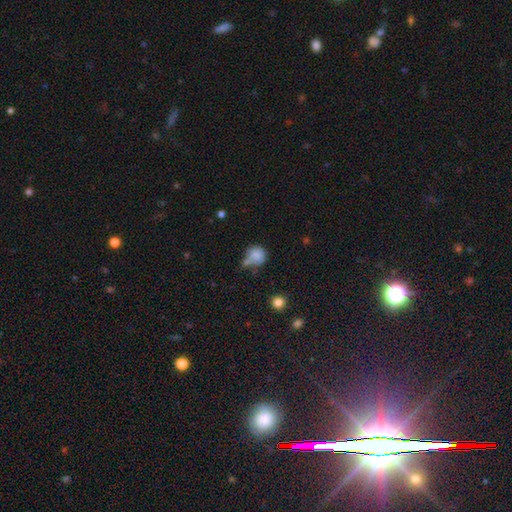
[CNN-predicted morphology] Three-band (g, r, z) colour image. It shows a smooth galaxy with no disk features (82%) that is round (85%). Merging: none (48%).